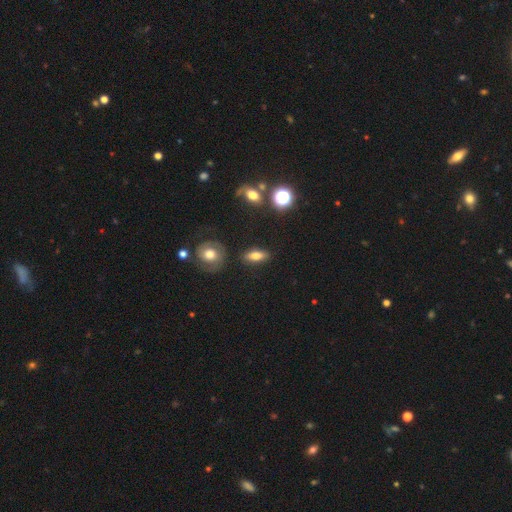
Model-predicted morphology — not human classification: A smooth galaxy with no disk features (69%) that is in between round and cigar-shaped (68%).

Vote fractions:
- Smooth or featured? smooth: 69% / featured or disk: 21% / star or artifact: 10%
- How rounded? in between: 68% / cigar-shaped: 24% / round: 8%
- Merging? none: 85% / minor disturbance: 10% / major disturbance: 3% / merger: 3%